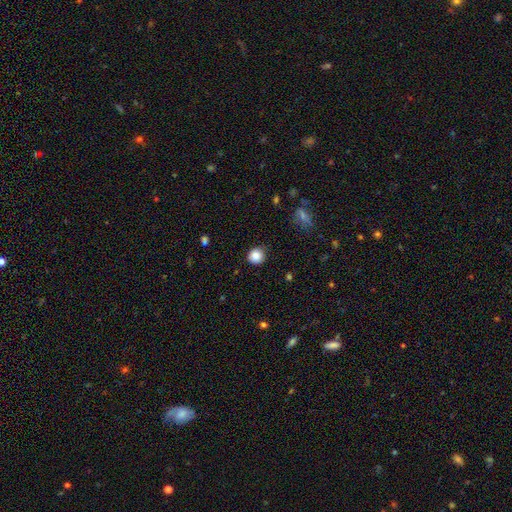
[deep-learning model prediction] smooth 85%, star or artifact 10%, featured or disk 4%. Down the decision tree: how rounded — round (91%); merging — none (87%).